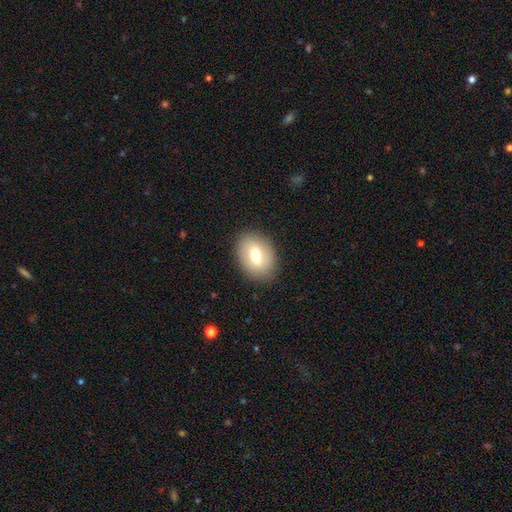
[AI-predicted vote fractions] Smooth or featured? Predicted: smooth (p=0.66). How rounded? Predicted: in between (p=0.74). Merging? Predicted: none (p=0.86).